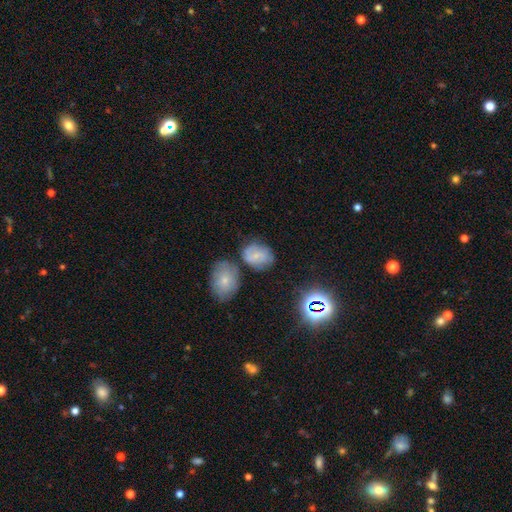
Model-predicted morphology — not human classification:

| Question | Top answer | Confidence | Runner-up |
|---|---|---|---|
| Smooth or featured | smooth | 52% | featured or disk (36%) |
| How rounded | in between | 59% | round (40%) |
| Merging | none | 53% | minor disturbance (20%) |